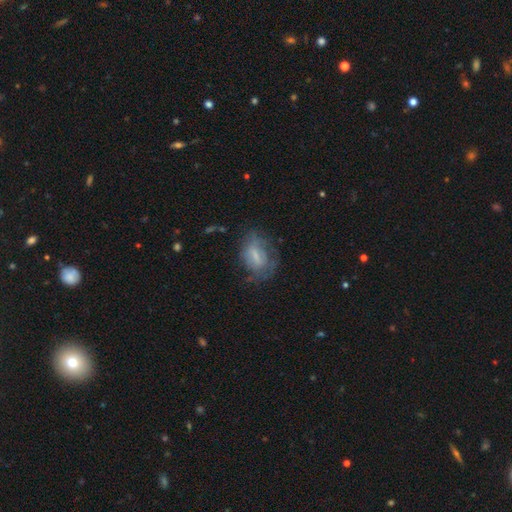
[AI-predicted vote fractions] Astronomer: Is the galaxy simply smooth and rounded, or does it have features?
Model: featured or disk — 45%, tied with smooth at 45%.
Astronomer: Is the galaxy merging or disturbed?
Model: none — 51% (runner-up: minor disturbance, 26%).